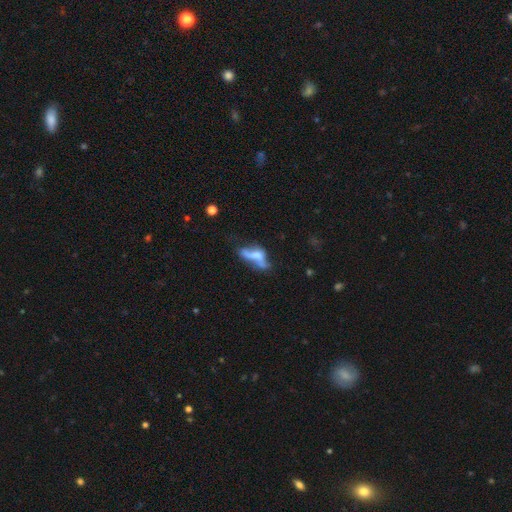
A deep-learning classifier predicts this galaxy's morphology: Overall: featured or disk (45%; smooth 44%). Merging: major disturbance (30%; merger 26%).